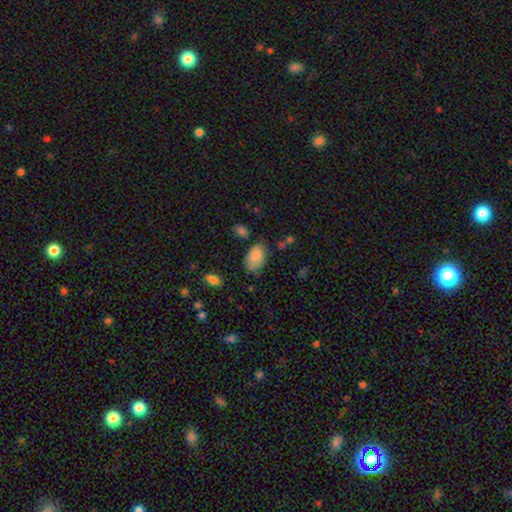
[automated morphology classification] Smooth or featured? smooth (83%)
How rounded? in between (89%)
Merging? none (56%)